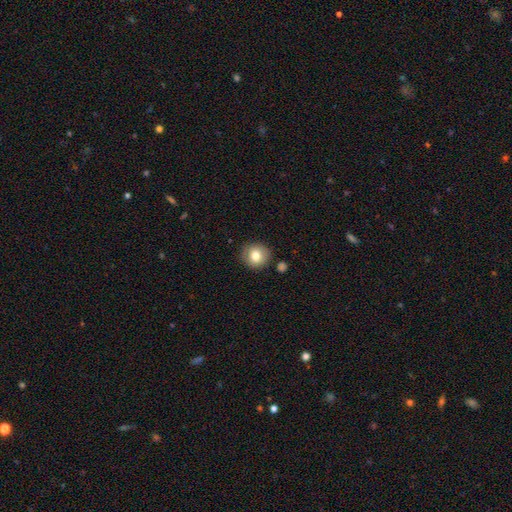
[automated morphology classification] The model was most divided on "smooth or featured": smooth: 80%, featured or disk: 11%, star or artifact: 9%. More confident: how rounded — round (89%); merging — none (85%).